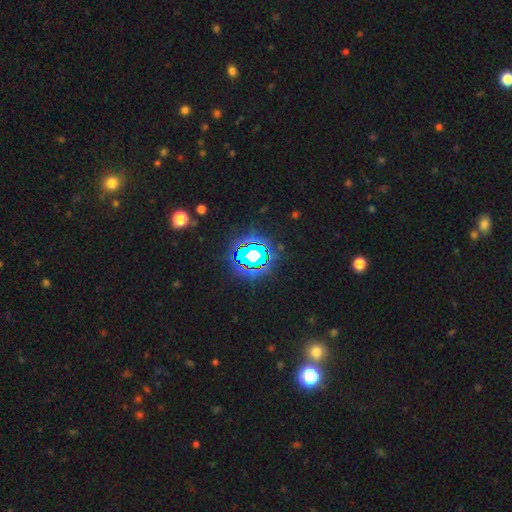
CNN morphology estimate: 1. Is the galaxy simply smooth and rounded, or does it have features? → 77% star or artifact, 13% smooth, 9% featured or disk.